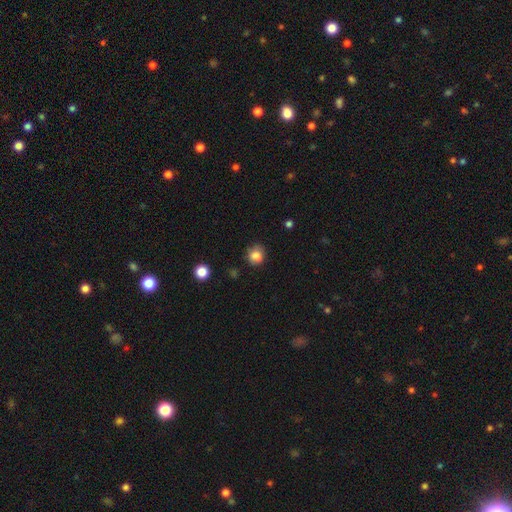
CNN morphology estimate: Smooth or featured? smooth (83%)
How rounded? round (78%)
Merging? none (76%)